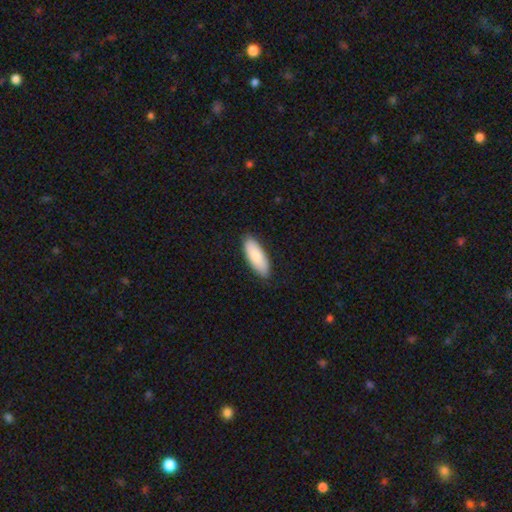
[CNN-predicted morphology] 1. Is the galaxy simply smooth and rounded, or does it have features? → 84% smooth, 11% featured or disk, 5% star or artifact.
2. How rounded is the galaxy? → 75% in between, 23% cigar-shaped, 2% round.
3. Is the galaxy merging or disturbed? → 87% none, 11% minor disturbance, 2% major disturbance, 1% merger.